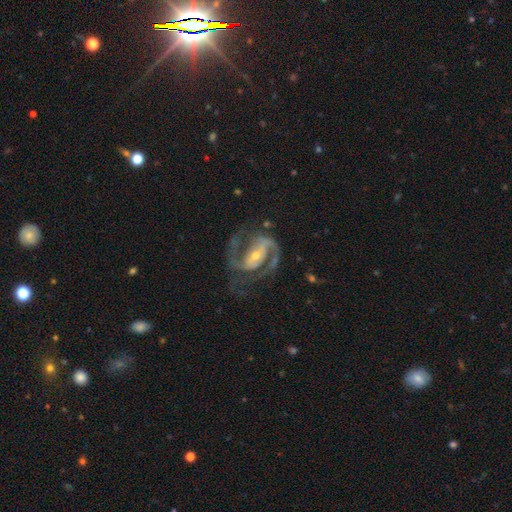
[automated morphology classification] The model was most divided on "bar": strong: 48%, weak: 32%, no: 19%. More confident: edge-on disk — no (97%); spiral arms — yes (96%); smooth or featured — featured or disk (90%); spiral arm count — 2 (88%); merging — none (64%); bulge size — small (60%); spiral winding — medium (60%).